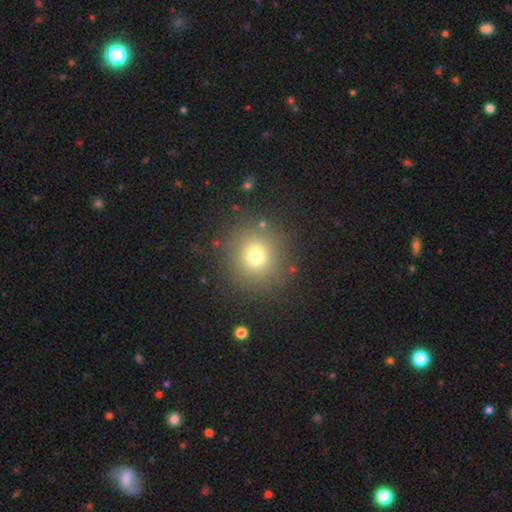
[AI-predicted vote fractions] A smooth galaxy with no disk features (71%) that is round (92%). Merging: none (86%).